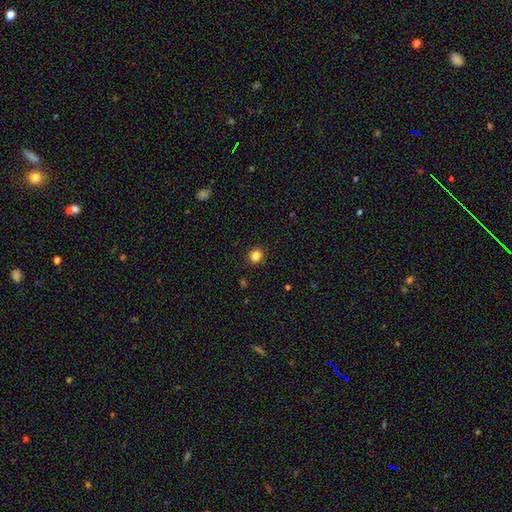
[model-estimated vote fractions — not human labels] Smooth or featured? Predicted: smooth (p=0.83). How rounded? Predicted: round (p=0.81). Merging? Predicted: none (p=0.91).